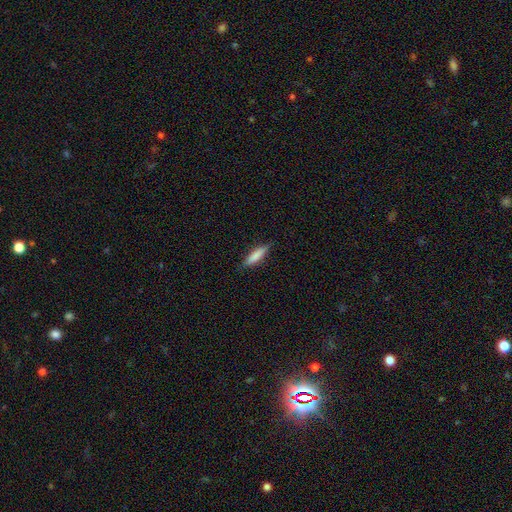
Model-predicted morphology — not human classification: type=smooth (79%); roundness=cigar-shaped (75%); merging=none (85%).